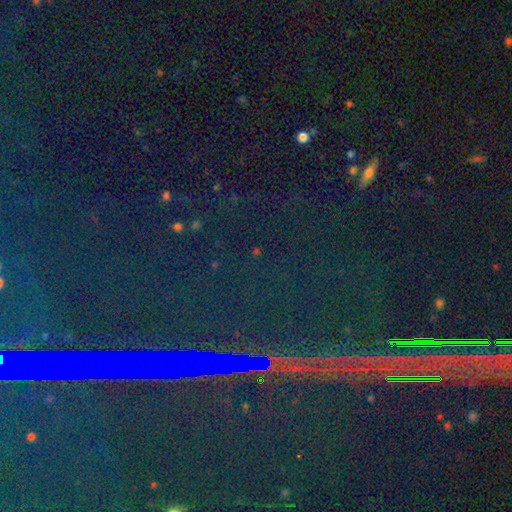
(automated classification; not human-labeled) star or artifact 86%, featured or disk 7%, smooth 7%.